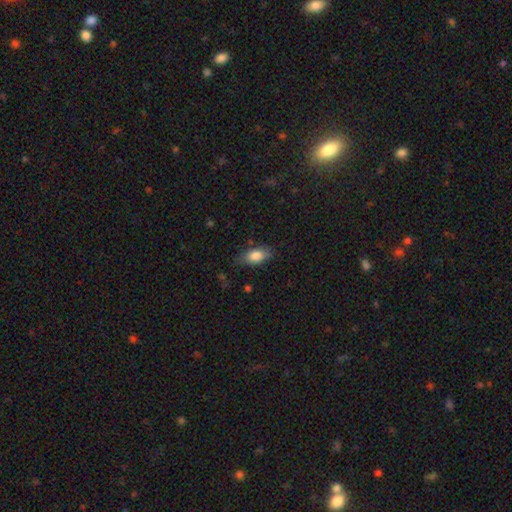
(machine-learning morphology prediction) smooth 82%, featured or disk 11%, star or artifact 7%. Down the decision tree: how rounded — in between (87%); merging — none (77%).